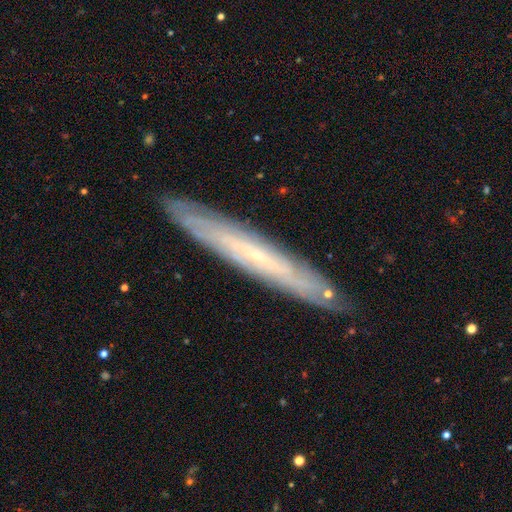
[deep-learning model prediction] A featured or disk galaxy (68%) viewed edge-on (73%) with no central bulge (70%).

Vote fractions:
- Smooth or featured? featured or disk: 68% / smooth: 24% / star or artifact: 7%
- Edge-on disk? yes: 73% / no: 27%
- Edge-on bulge? none: 70% / rounded: 26% / boxy: 3%
- Merging? none: 87% / minor disturbance: 9% / major disturbance: 2% / merger: 1%